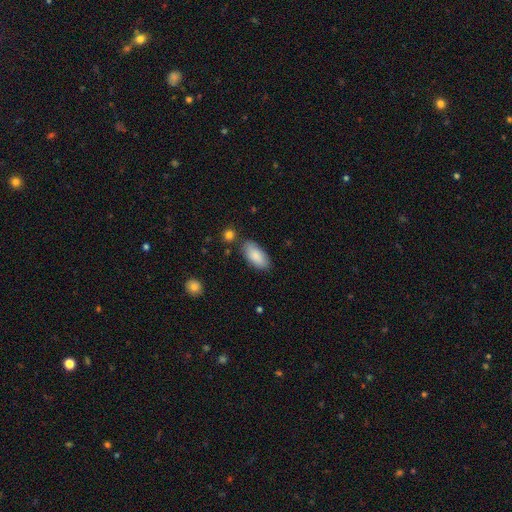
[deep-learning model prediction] The model was most divided on "merging": none: 78%, minor disturbance: 15%, merger: 4%, major disturbance: 3%. More confident: how rounded — in between (93%); smooth or featured — smooth (85%).